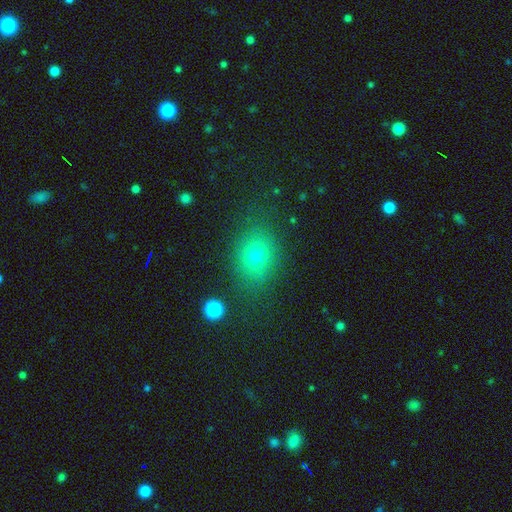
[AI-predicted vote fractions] This appears to be a smooth galaxy with no disk features (73%) that is in between round and cigar-shaped (57%). Merging: none (78%).